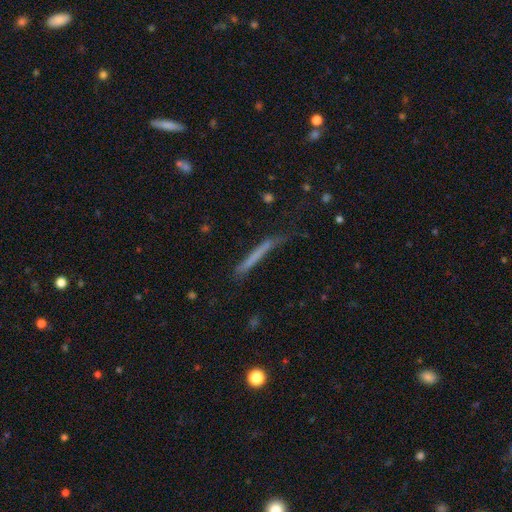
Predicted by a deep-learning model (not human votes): The model was most divided on "smooth or featured": smooth: 60%, featured or disk: 31%, star or artifact: 9%. More confident: how rounded — cigar-shaped (96%); merging — none (63%).